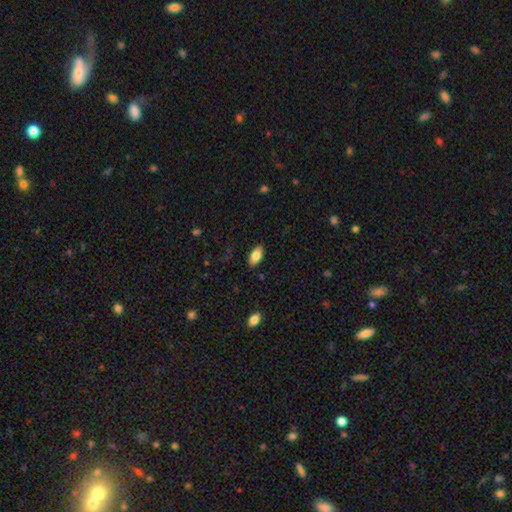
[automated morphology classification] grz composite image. It shows a smooth galaxy with no disk features (81%) that is in between round and cigar-shaped (91%). Merging: none (88%).